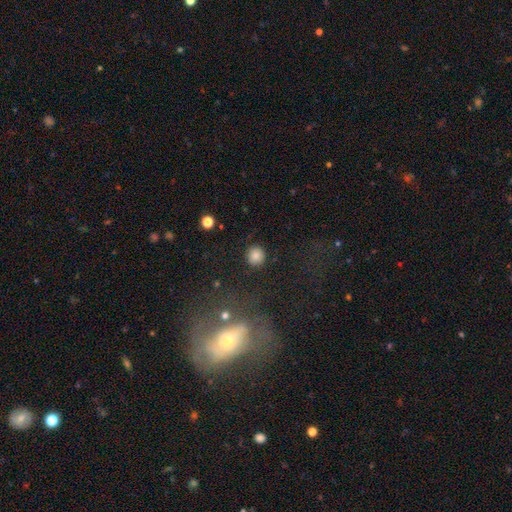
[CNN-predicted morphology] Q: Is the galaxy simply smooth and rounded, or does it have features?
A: smooth — 84%.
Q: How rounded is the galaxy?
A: round — 92%.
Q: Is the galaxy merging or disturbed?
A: none — 89%.